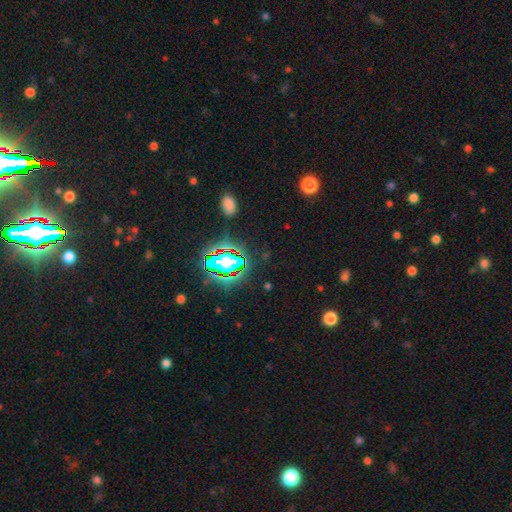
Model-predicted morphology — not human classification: smooth_or_featured: star or artifact (p=0.82) [alt: smooth p=0.11]